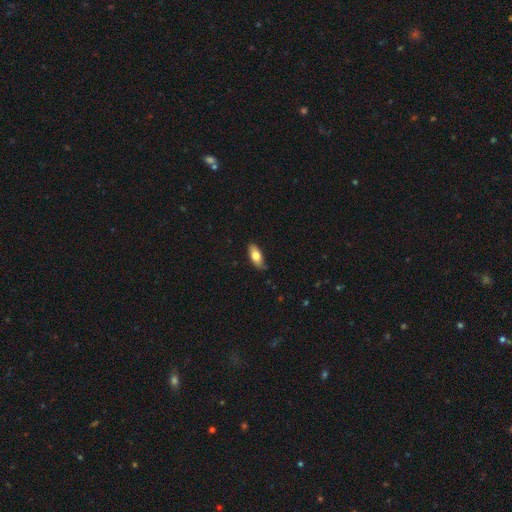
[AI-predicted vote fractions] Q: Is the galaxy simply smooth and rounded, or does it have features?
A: smooth — 75%.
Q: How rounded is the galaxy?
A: in between — 83%.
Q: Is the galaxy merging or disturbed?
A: none — 82%.